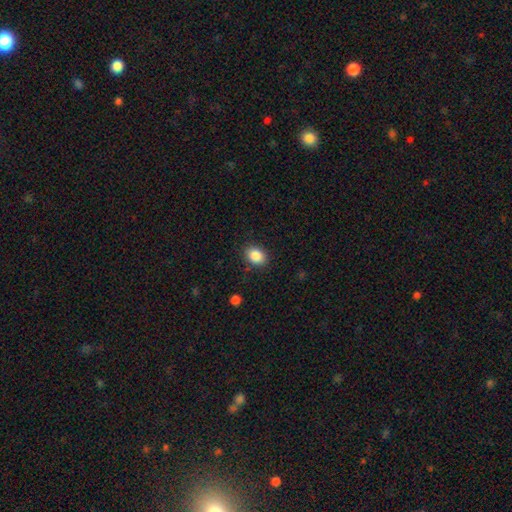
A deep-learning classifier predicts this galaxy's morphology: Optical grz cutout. It shows a smooth galaxy with no disk features (87%) that is in between round and cigar-shaped (64%). Merging: none (86%).